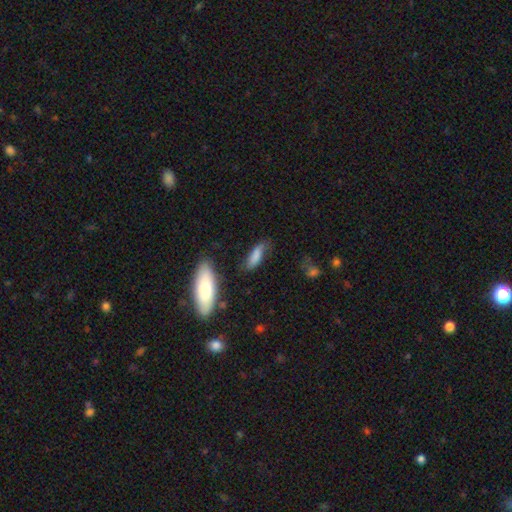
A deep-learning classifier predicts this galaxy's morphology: smooth_or_featured: smooth (p=0.78) [alt: featured or disk p=0.14]
how_rounded: in between (p=0.53) [alt: cigar-shaped p=0.44]
merging: none (p=0.58) [alt: minor disturbance p=0.28]